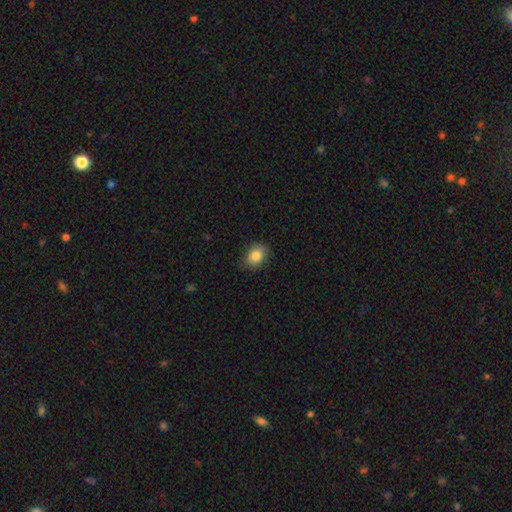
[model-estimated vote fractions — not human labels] This is clearly a smooth galaxy (85%). How rounded: possibly in between (60%). Merging: likely none (79%).